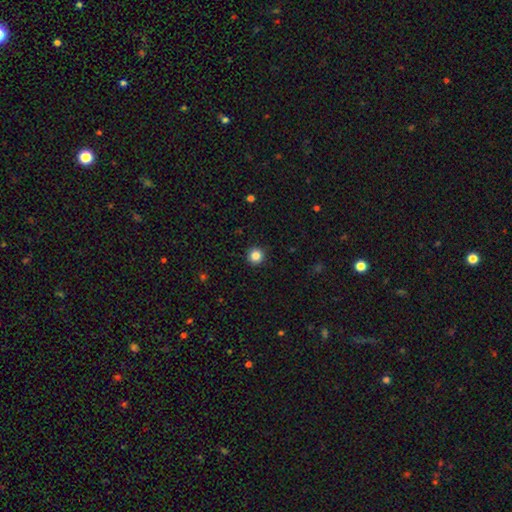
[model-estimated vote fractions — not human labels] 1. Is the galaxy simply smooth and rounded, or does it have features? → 85% smooth, 11% star or artifact, 4% featured or disk.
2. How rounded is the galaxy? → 95% round, 4% in between, 1% cigar-shaped.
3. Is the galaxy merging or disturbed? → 92% none, 5% minor disturbance, 2% major disturbance, 1% merger.